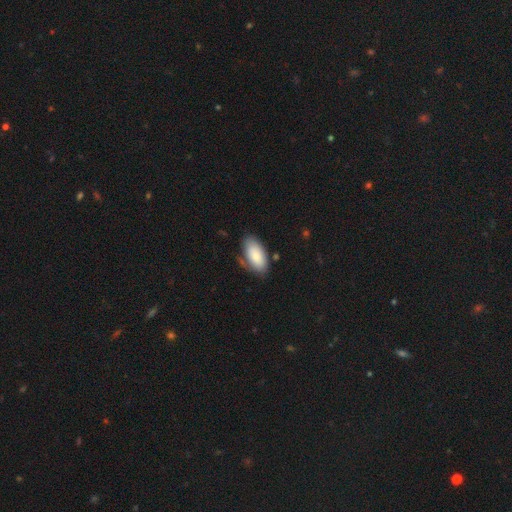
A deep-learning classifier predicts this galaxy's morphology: This appears to be a smooth galaxy with no disk features (81%) that is in between round and cigar-shaped (94%). Merging: none (69%).